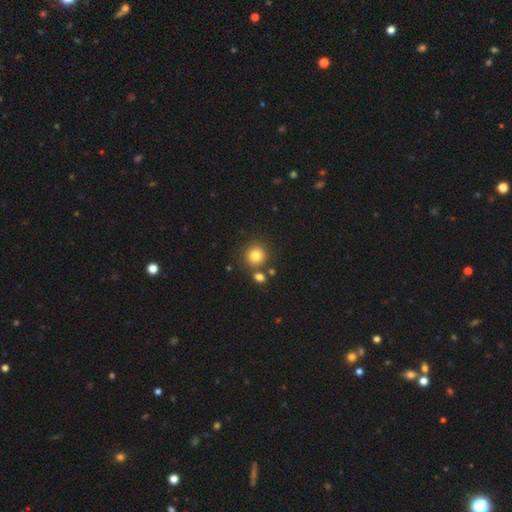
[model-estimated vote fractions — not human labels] This appears to be a smooth galaxy with no disk features (81%) that is round (91%). Merging: none (76%).